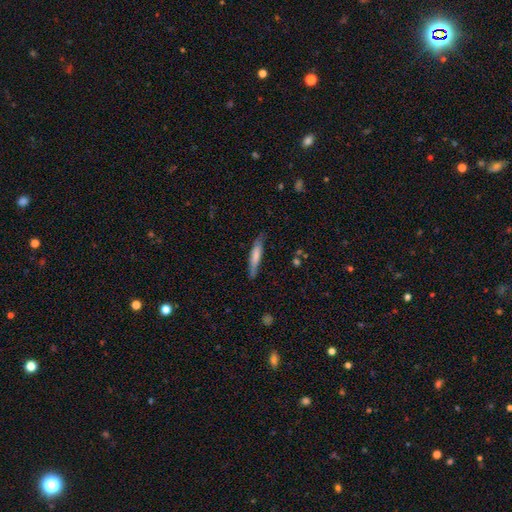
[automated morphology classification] Smooth or featured? Predicted: smooth (p=0.69). How rounded? Predicted: cigar-shaped (p=0.86). Merging? Predicted: none (p=0.77).